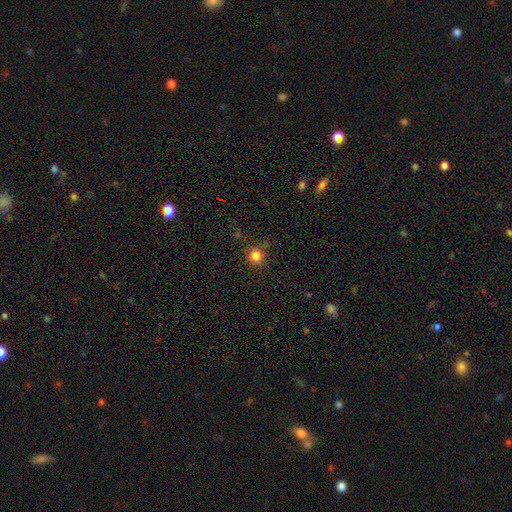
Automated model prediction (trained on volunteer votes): This is clearly a smooth galaxy (82%). How rounded: clearly round (92%). Merging: clearly none (82%).